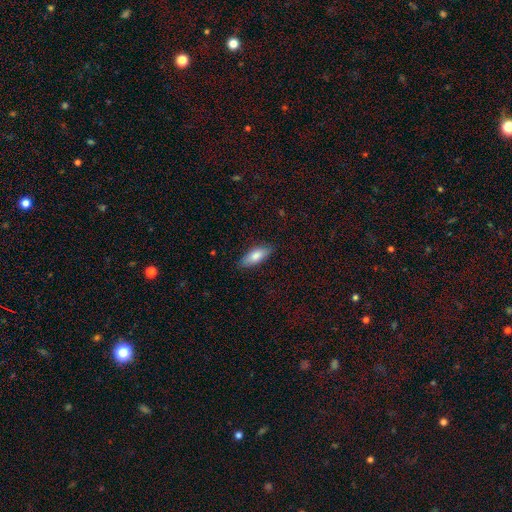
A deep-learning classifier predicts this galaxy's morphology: Smooth or featured? smooth (80%)
How rounded? in between (74%)
Merging? none (85%)